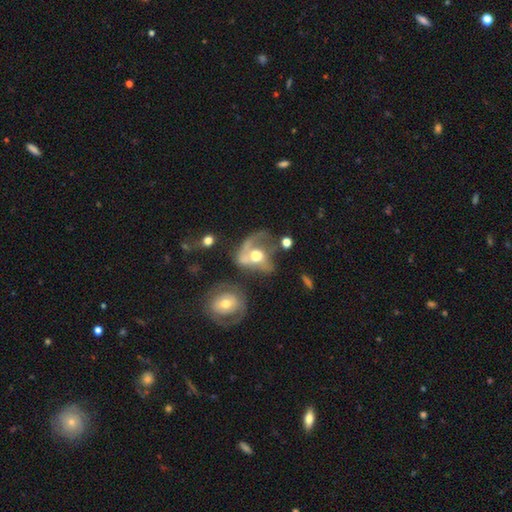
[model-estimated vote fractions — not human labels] smooth_or_featured: featured or disk (p=0.60) [alt: smooth p=0.30]
disk_edge_on: no (p=0.96) [alt: yes p=0.04]
bar: no (p=0.74) [alt: weak p=0.20]
has_spiral_arms: yes (p=0.60) [alt: no p=0.40]
bulge_size: moderate (p=0.55) [alt: large p=0.32]
merging: major disturbance (p=0.39) [alt: merger p=0.29]